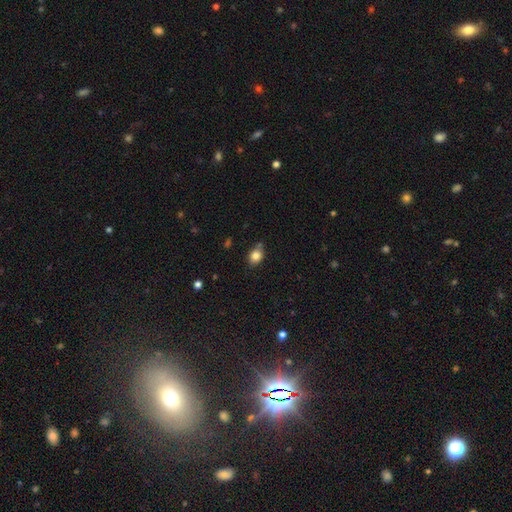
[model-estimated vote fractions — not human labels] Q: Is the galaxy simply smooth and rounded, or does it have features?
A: smooth — 83%.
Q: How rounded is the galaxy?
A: round — 50%.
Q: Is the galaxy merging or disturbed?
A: none — 69%.